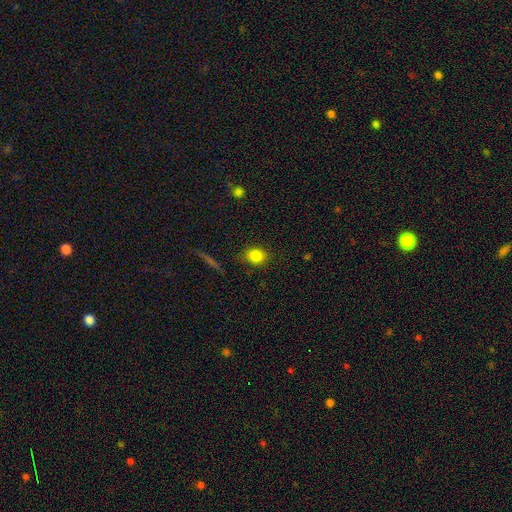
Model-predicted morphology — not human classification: The model was most divided on "how rounded": round: 65%, in between: 33%, cigar-shaped: 2%. More confident: merging — none (85%); smooth or featured — smooth (83%).